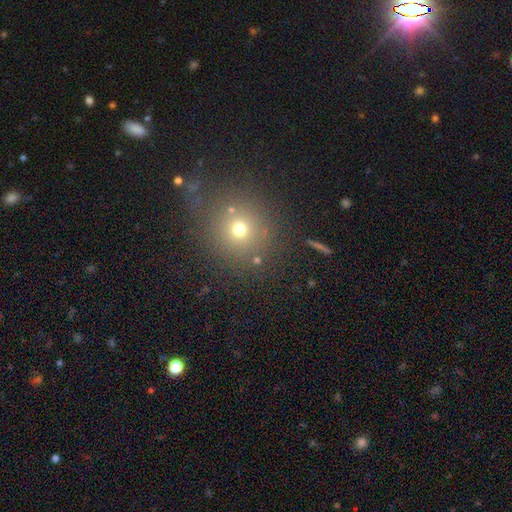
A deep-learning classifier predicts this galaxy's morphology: Smooth or featured: smooth — 58% (star or artifact — 32%)
How rounded: round — 91% (in between — 8%)
Merging: none — 79% (minor disturbance — 11%)